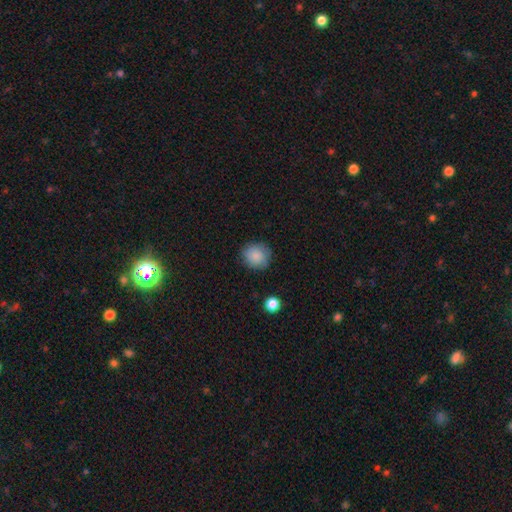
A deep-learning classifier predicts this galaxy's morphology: smooth-or-featured: smooth: 85% | star or artifact: 8% | featured or disk: 7%
  how-rounded: round: 85% | in between: 14% | cigar-shaped: 1%
  merging: none: 83% | minor disturbance: 12% | major disturbance: 3% | merger: 1%